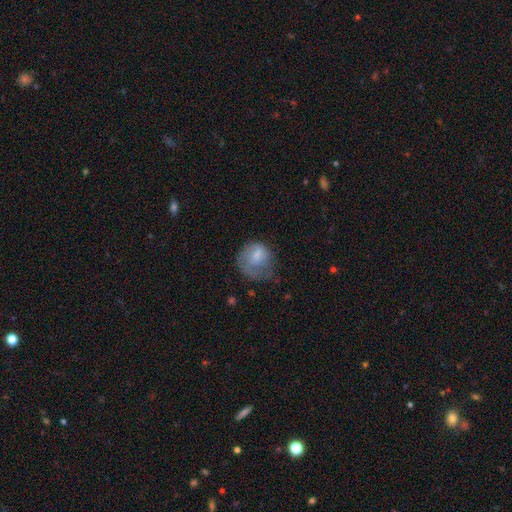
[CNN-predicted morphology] Smooth or featured?
  - smooth: 68% *
  - featured or disk: 24%
  - star or artifact: 8%
How rounded?
  - round: 70% *
  - in between: 29%
  - cigar-shaped: 1%
Merging?
  - none: 37% *
  - minor disturbance: 31%
  - major disturbance: 30%
  - merger: 2%